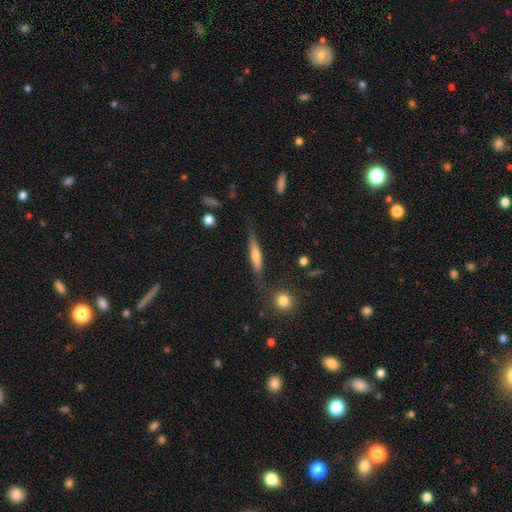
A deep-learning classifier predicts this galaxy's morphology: A smooth galaxy with no disk features (53%) that is cigar-shaped (84%).

Vote fractions:
- Smooth or featured? smooth: 53% / featured or disk: 40% / star or artifact: 7%
- How rounded? cigar-shaped: 84% / in between: 13% / round: 2%
- Merging? none: 69% / minor disturbance: 21% / major disturbance: 7% / merger: 4%